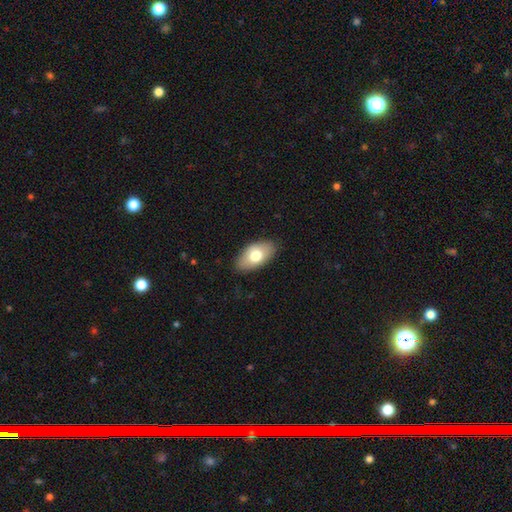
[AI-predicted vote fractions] This appears to be a smooth galaxy with no disk features (72%) that is in between round and cigar-shaped (94%). Merging: none (85%).